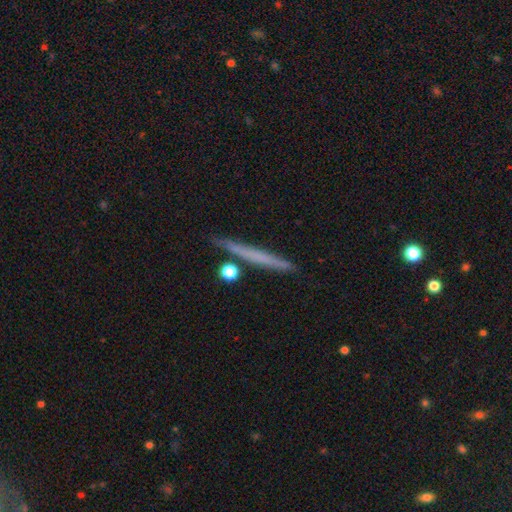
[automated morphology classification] A smooth galaxy with no disk features (53%) that is cigar-shaped (96%). Merging: none (87%).